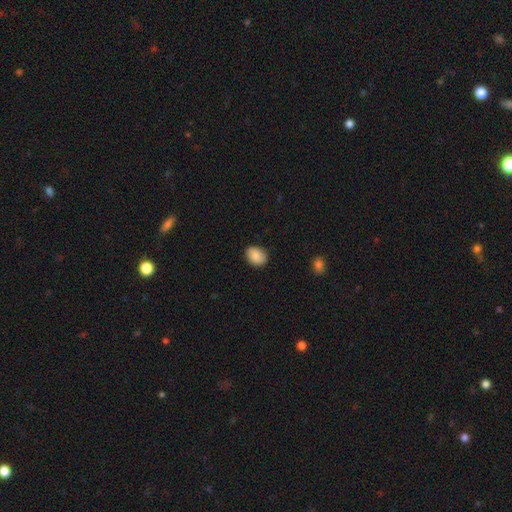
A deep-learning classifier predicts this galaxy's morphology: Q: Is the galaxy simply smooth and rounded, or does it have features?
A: smooth — 86%.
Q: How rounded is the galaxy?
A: in between — 64%.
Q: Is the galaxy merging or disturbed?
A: none — 85%.